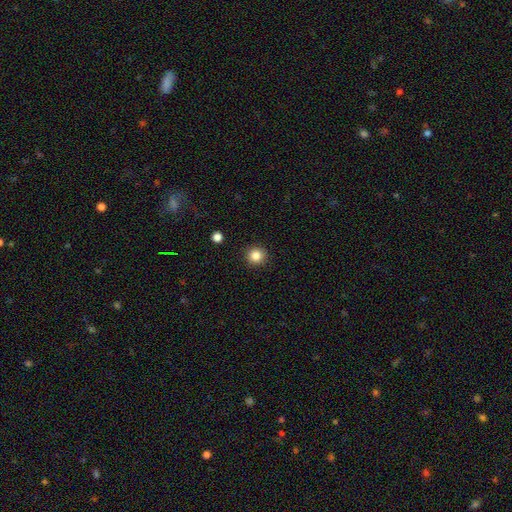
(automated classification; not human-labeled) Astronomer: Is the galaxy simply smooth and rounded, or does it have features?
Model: smooth — 84%.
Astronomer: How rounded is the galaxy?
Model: round — 94%.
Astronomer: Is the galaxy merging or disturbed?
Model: none — 92%.